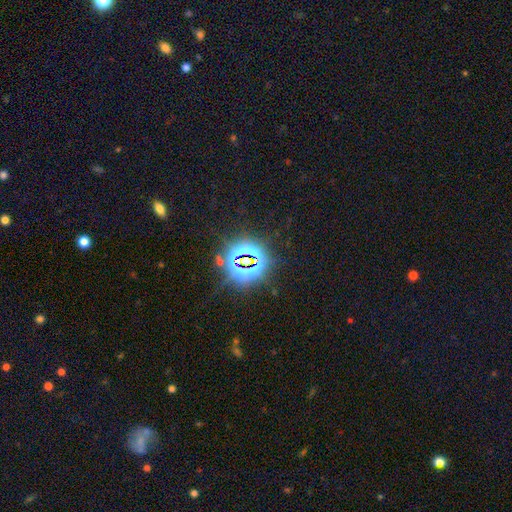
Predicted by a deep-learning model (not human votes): Overall: star or artifact (80%).